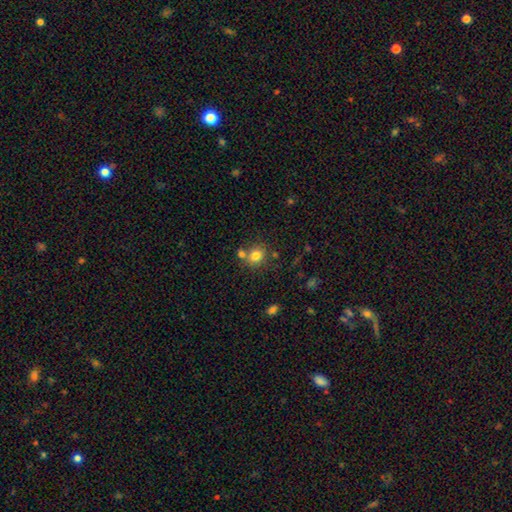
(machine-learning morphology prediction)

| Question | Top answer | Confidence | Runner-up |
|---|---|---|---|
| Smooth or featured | smooth | 79% | star or artifact (11%) |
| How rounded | round | 75% | in between (24%) |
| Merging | none | 62% | merger (24%) |